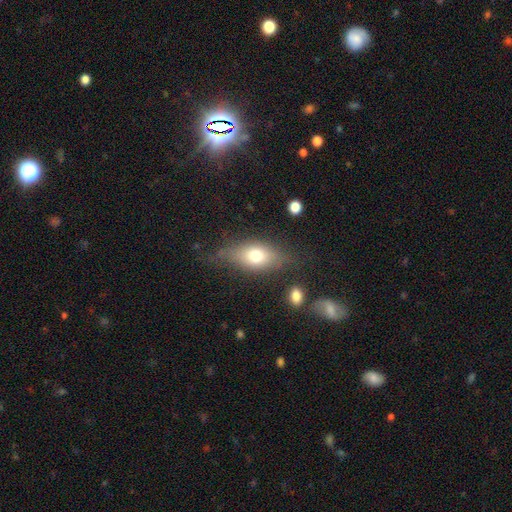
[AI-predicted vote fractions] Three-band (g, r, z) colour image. It shows a smooth galaxy with no disk features (67%) that is in between round and cigar-shaped (77%). Merging: none (65%).